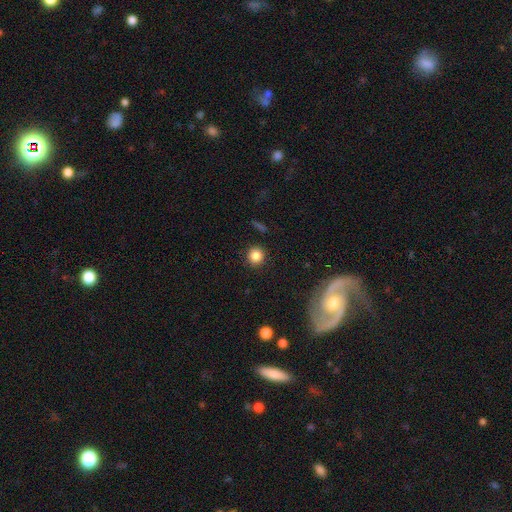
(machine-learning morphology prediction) Q: Smooth or featured?
A: smooth (84%); runner-up: star or artifact (11%)
Q: How rounded?
A: round (93%); runner-up: in between (6%)
Q: Merging?
A: none (90%); runner-up: minor disturbance (6%)